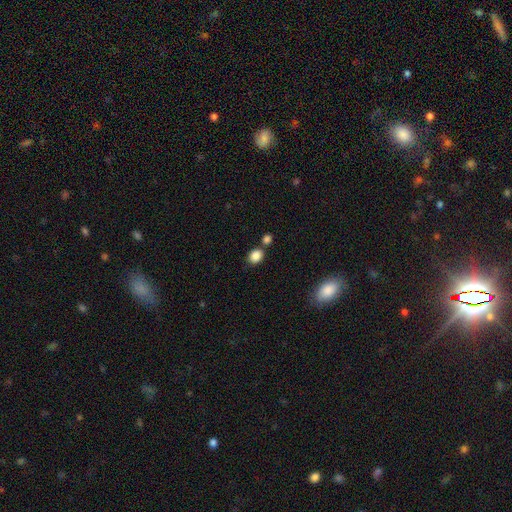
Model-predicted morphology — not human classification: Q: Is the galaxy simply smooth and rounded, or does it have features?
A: smooth — 85%.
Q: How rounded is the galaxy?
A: in between — 54%.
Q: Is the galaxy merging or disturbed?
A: none — 67%.